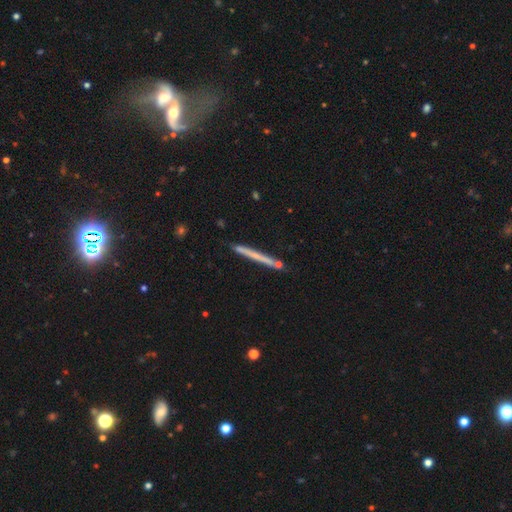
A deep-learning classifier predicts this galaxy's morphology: smooth 50%, featured or disk 43%, star or artifact 6%. Down the decision tree: how rounded — cigar-shaped (97%); merging — none (83%).